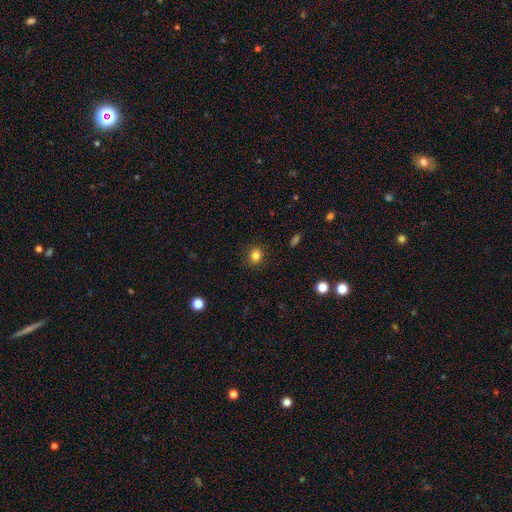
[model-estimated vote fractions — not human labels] Smooth or featured? Predicted: smooth (p=0.84). How rounded? Predicted: round (p=0.74). Merging? Predicted: none (p=0.89).